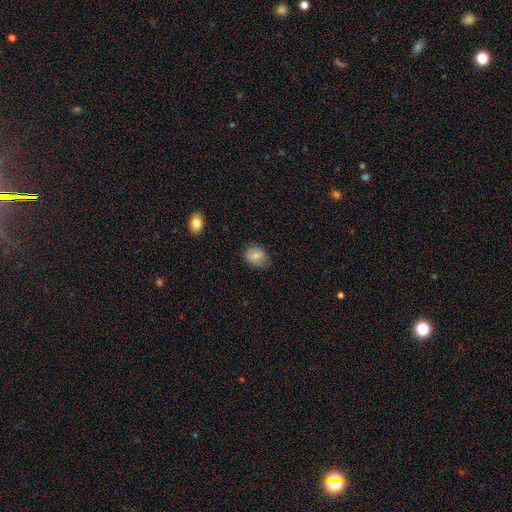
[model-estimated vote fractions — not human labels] A smooth galaxy with no disk features (73%) that is in between round and cigar-shaped (56%). Merging: none (68%).